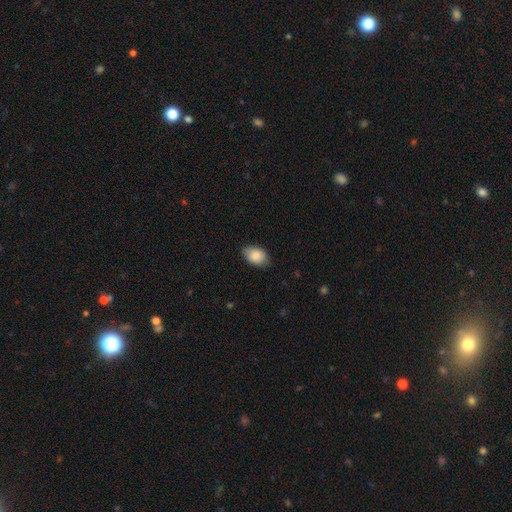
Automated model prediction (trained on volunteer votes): smooth 86%, featured or disk 8%, star or artifact 6%. Down the decision tree: how rounded — in between (89%); merging — none (79%).